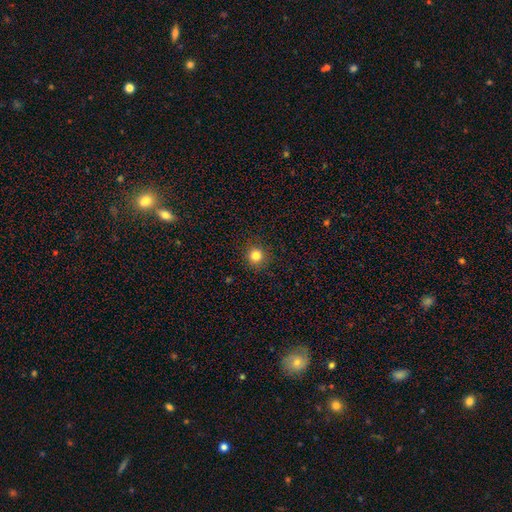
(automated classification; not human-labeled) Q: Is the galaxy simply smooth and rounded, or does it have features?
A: smooth — 83%.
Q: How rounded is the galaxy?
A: round — 93%.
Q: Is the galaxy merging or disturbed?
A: none — 90%.